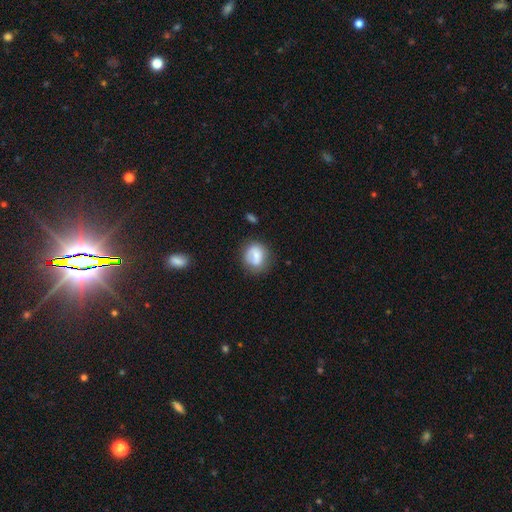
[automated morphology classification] Smooth or featured? Predicted: smooth (p=0.67). How rounded? Predicted: round (p=0.75). Merging? Predicted: none (p=0.59).